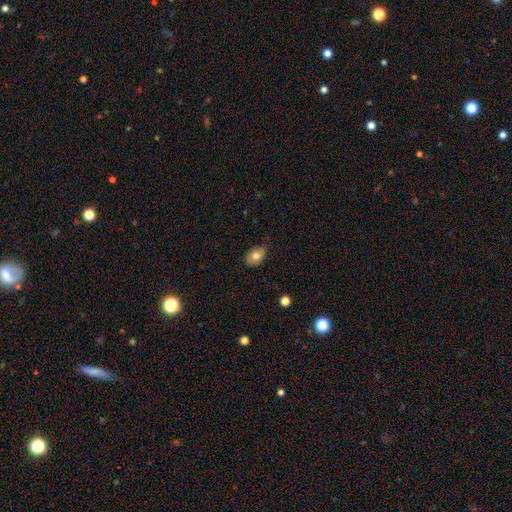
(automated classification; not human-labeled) Smooth or featured? smooth (76%)
How rounded? in between (74%)
Merging? none (72%)